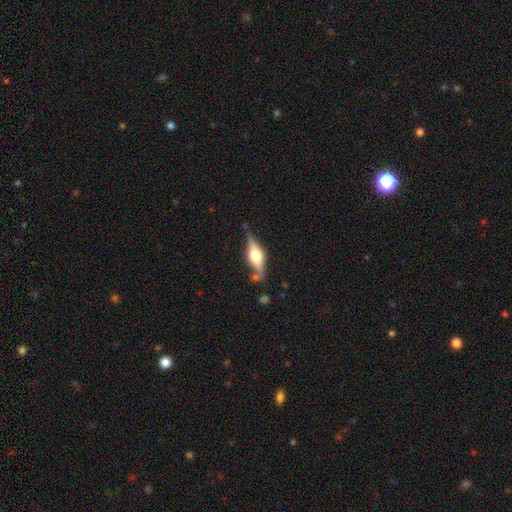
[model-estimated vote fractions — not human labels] Smooth or featured: featured or disk — 71% (smooth — 22%)
Edge-on disk: yes — 95% (no — 5%)
Edge-on bulge: rounded — 92% (boxy — 6%)
Merging: none — 76% (minor disturbance — 15%)